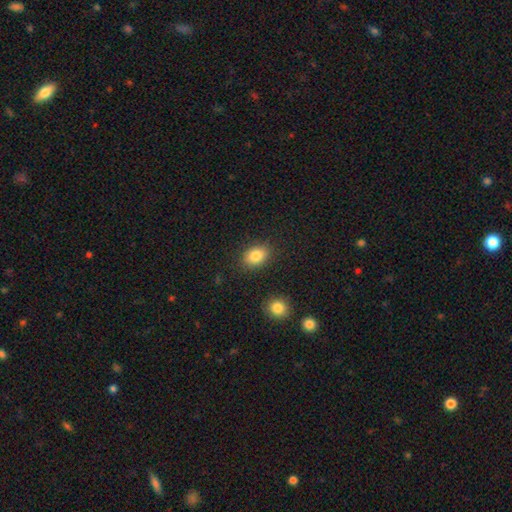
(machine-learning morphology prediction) smooth_or_featured: smooth (p=0.83) [alt: star or artifact p=0.09]
how_rounded: in between (p=0.70) [alt: round p=0.28]
merging: none (p=0.85) [alt: minor disturbance p=0.10]